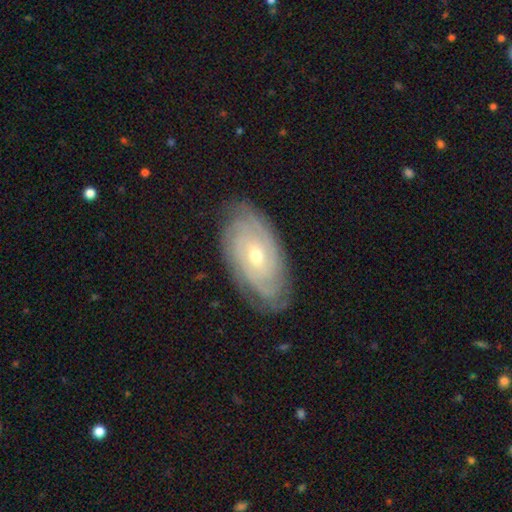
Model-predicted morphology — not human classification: This is clearly a featured or disk galaxy (84%). It is clearly not viewed edge-on (94%). Bar: likely no (61%). Spiral arm pattern: clearly yes (96%). Spiral arm count: marginally can't tell (38%). Spiral winding: clearly tight (81%). Central bulge: possibly moderate (50%). Merging: clearly none (82%).